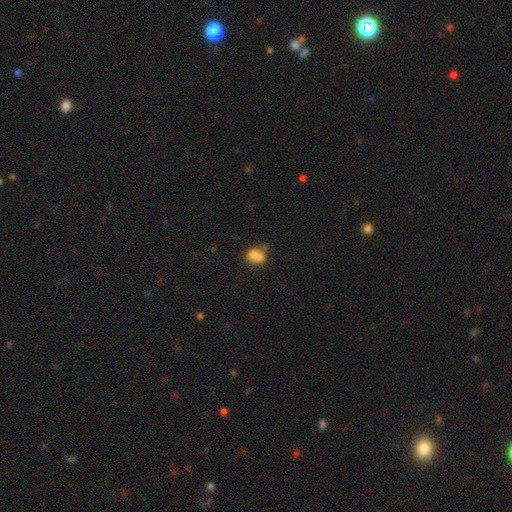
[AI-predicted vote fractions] smooth 72%, featured or disk 18%, star or artifact 11%. Down the decision tree: how rounded — round (55%); merging — merger (56%).